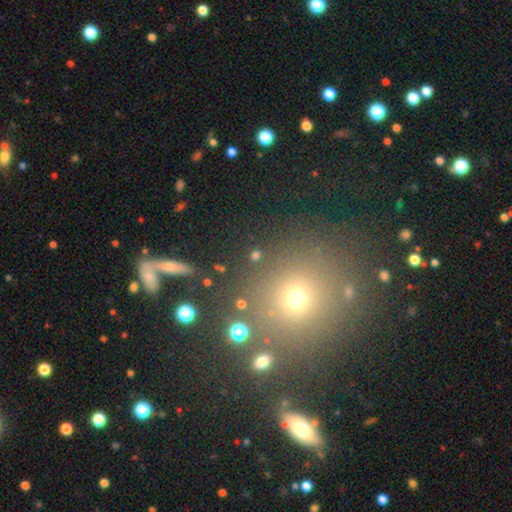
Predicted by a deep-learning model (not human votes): A smooth galaxy with no disk features (58%) that is round (79%). Merging: none (83%).